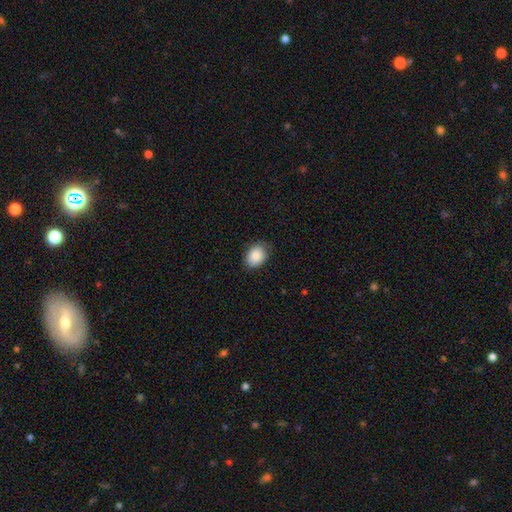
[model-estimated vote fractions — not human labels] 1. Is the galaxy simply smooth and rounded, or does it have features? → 88% smooth, 7% star or artifact, 5% featured or disk.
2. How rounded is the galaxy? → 70% in between, 29% round, 1% cigar-shaped.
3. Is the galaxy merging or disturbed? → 80% none, 16% minor disturbance, 3% major disturbance, 1% merger.